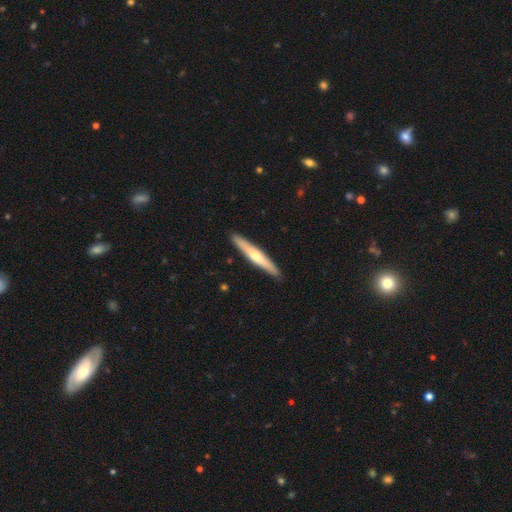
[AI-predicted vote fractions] Smooth or featured?
  - featured or disk: 48% *
  - smooth: 47%
  - star or artifact: 5%
Merging?
  - none: 91% *
  - minor disturbance: 7%
  - major disturbance: 1%
  - merger: 1%